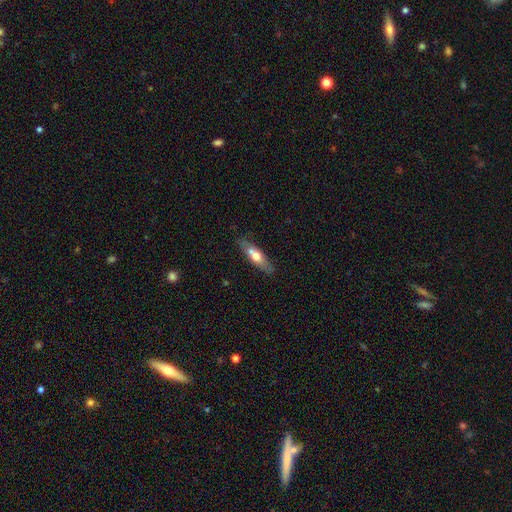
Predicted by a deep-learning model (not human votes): The model was most divided on "how rounded": cigar-shaped: 53%, in between: 44%, round: 3%. More confident: merging — none (66%); smooth or featured — smooth (54%).